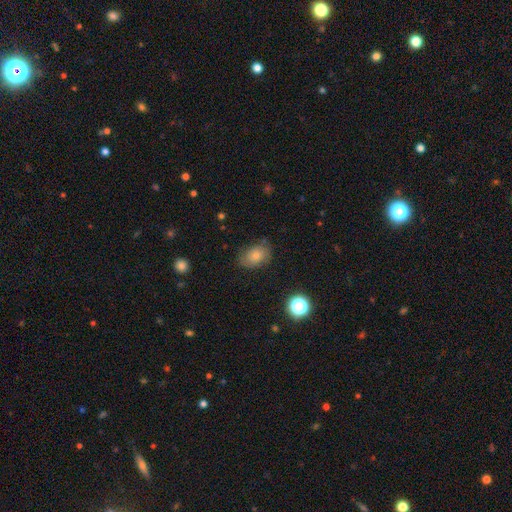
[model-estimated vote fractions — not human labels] This appears to be a smooth galaxy with no disk features (72%) that is in between round and cigar-shaped (78%). Merging: none (72%).